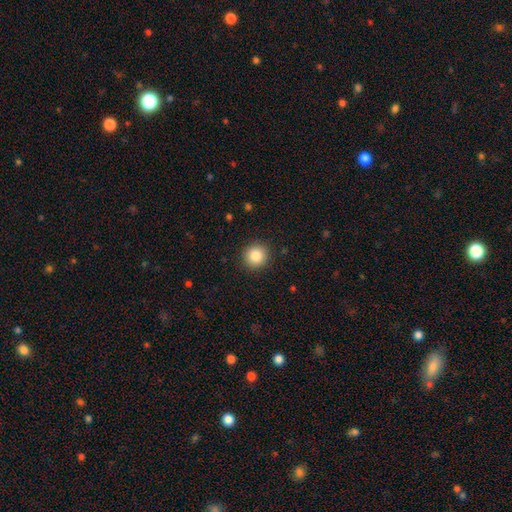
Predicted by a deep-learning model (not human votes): A smooth galaxy with no disk features (85%) that is round (91%). Merging: none (90%).